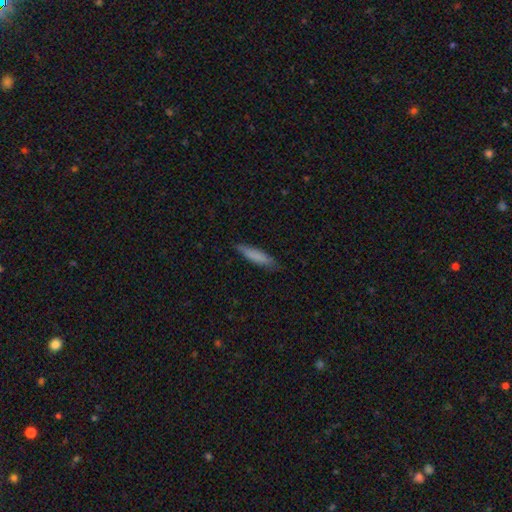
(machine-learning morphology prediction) Smooth or featured: smooth — 80% (featured or disk — 14%)
How rounded: cigar-shaped — 80% (in between — 19%)
Merging: none — 80% (minor disturbance — 16%)